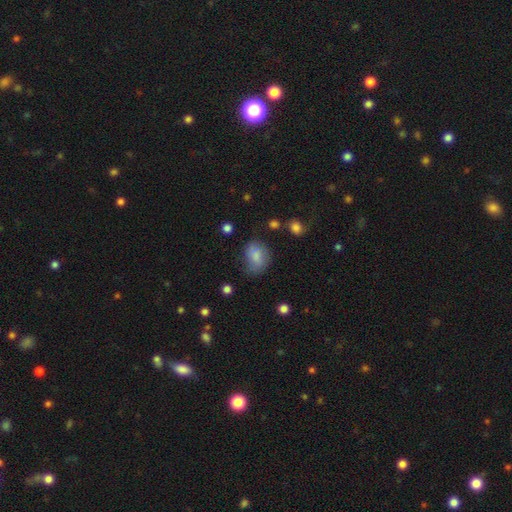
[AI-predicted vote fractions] Smooth or featured? smooth (77%)
How rounded? in between (61%)
Merging? none (52%)